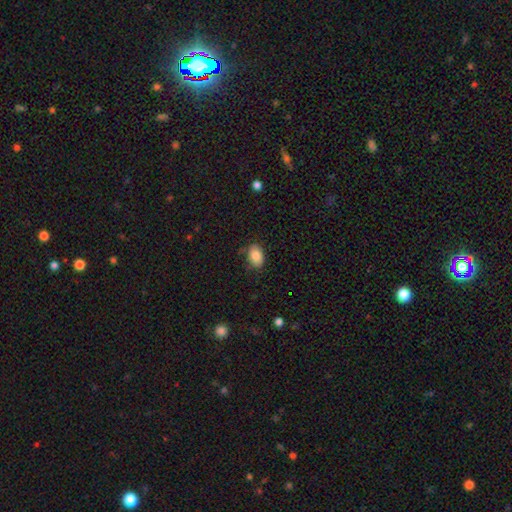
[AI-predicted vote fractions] This appears to be a smooth galaxy with no disk features (83%) that is in between round and cigar-shaped (84%). Merging: none (74%).